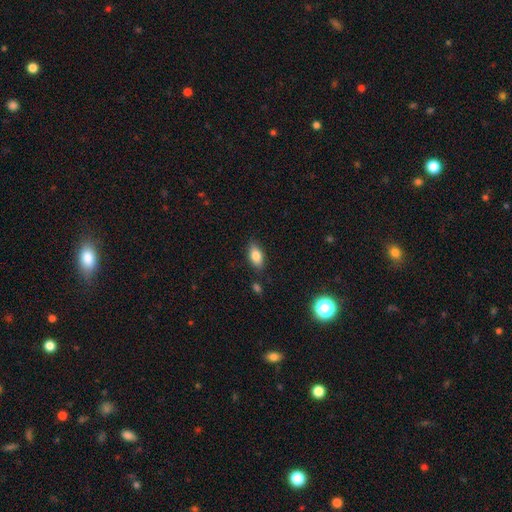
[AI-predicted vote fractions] This appears to be a smooth galaxy with no disk features (81%) that is in between round and cigar-shaped (87%). Merging: none (82%).